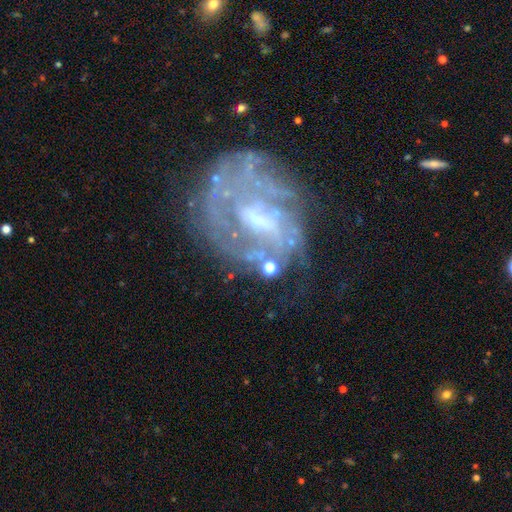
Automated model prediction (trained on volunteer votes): This appears to be a featured or disk galaxy (81%) with a weak bar (45%), tight (42%) spiral arms (72%) and a small central bulge (37%). Merging: none (50%).